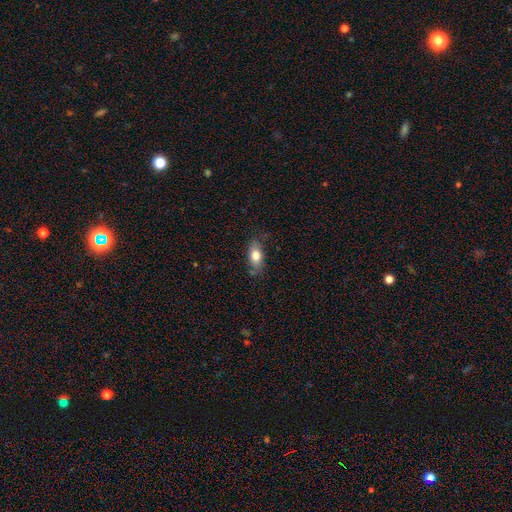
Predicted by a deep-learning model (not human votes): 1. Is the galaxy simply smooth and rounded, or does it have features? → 77% smooth, 15% featured or disk, 7% star or artifact.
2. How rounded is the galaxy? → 84% in between, 8% cigar-shaped, 7% round.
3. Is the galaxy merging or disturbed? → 73% none, 20% minor disturbance, 4% major disturbance, 2% merger.